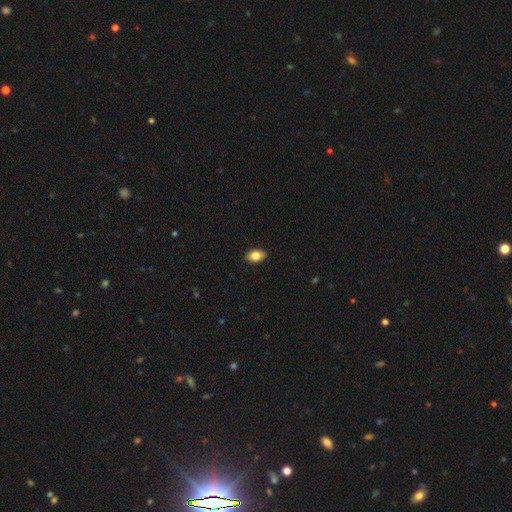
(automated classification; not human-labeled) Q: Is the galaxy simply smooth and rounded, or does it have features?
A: smooth — 83%.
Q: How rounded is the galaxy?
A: in between — 89%.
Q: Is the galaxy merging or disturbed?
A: none — 90%.